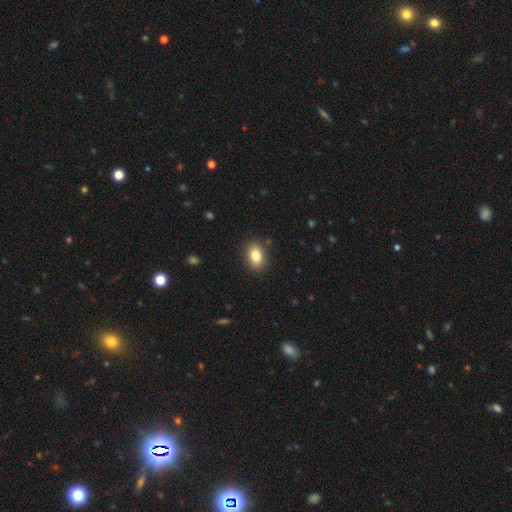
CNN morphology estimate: Smooth or featured?
  - smooth: 84% *
  - star or artifact: 9%
  - featured or disk: 7%
How rounded?
  - in between: 79% *
  - round: 20%
  - cigar-shaped: 1%
Merging?
  - none: 88% *
  - minor disturbance: 9%
  - major disturbance: 2%
  - merger: 1%